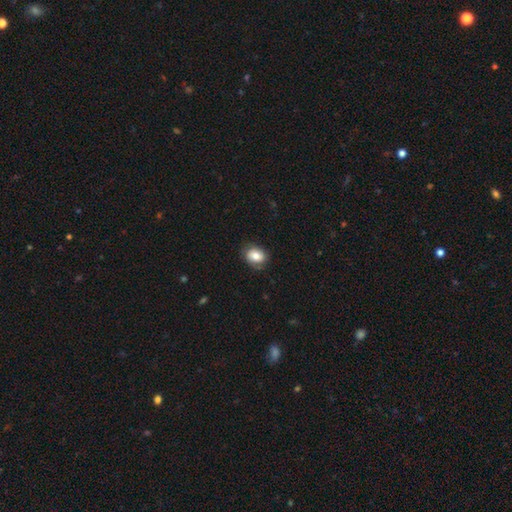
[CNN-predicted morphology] Smooth or featured: smooth — 74% (featured or disk — 18%)
How rounded: in between — 59% (round — 40%)
Merging: none — 76% (minor disturbance — 18%)